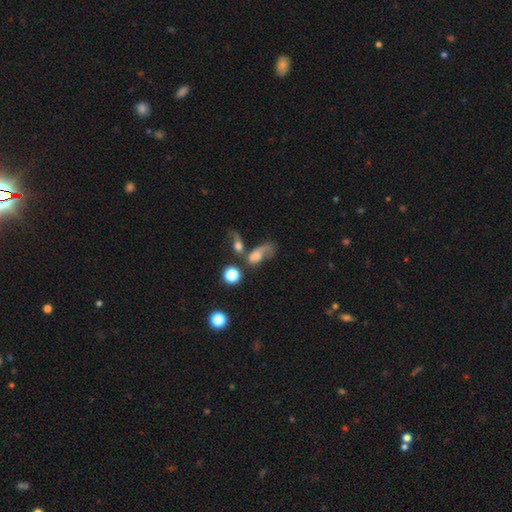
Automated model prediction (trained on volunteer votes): A smooth galaxy with no disk features (52%) that is in between round and cigar-shaped (63%).

Vote fractions:
- Smooth or featured? smooth: 52% / featured or disk: 33% / star or artifact: 15%
- How rounded? in between: 63% / round: 29% / cigar-shaped: 9%
- Merging? major disturbance: 32% / merger: 31% / none: 23% / minor disturbance: 14%